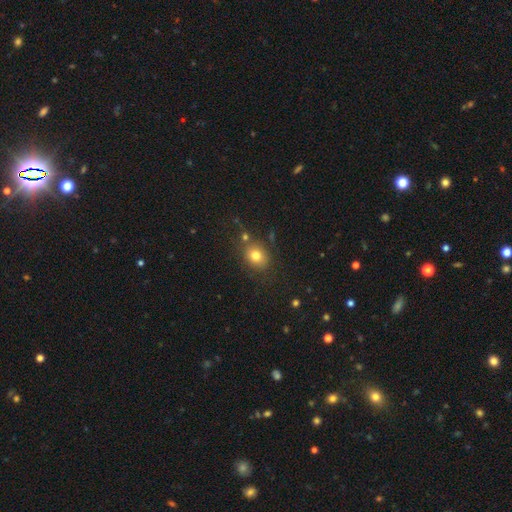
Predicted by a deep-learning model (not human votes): Smooth or featured? Predicted: smooth (p=0.78). How rounded? Predicted: round (p=0.61). Merging? Predicted: none (p=0.75).